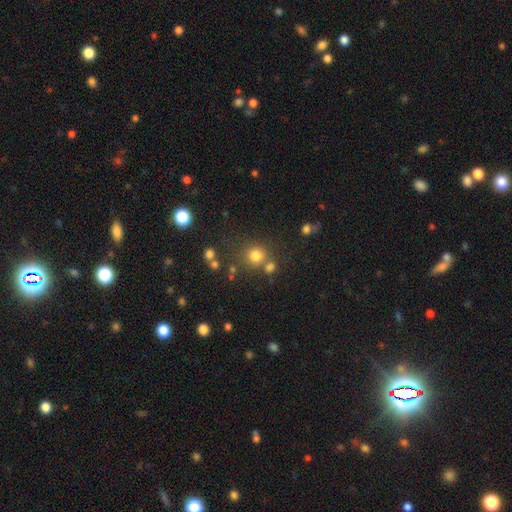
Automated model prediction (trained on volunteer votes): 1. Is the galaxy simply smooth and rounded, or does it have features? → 77% smooth, 16% star or artifact, 7% featured or disk.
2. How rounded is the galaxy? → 89% round, 10% in between, 1% cigar-shaped.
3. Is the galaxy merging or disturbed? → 68% none, 17% merger, 10% minor disturbance, 5% major disturbance.